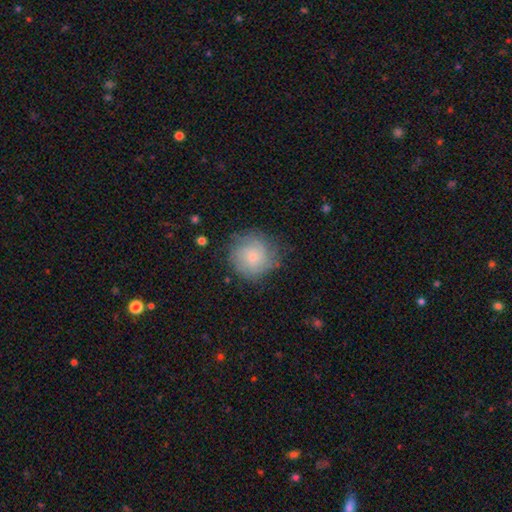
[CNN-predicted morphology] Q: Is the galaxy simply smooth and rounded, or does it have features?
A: smooth — 50%.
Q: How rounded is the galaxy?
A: round — 91%.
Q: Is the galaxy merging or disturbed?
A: none — 74%.